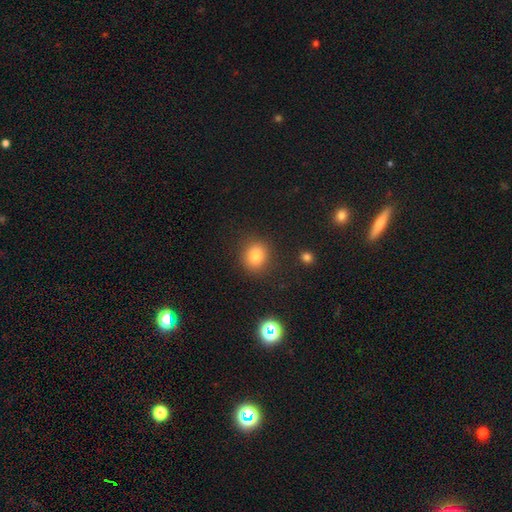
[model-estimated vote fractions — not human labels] Smooth or featured? Predicted: smooth (p=0.81). How rounded? Predicted: round (p=0.71). Merging? Predicted: none (p=0.86).